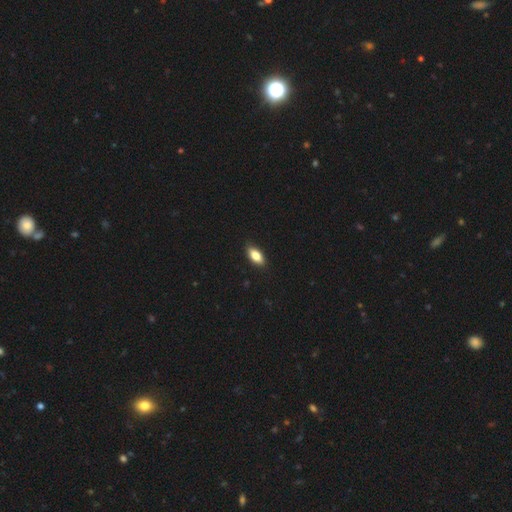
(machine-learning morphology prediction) smooth-or-featured: smooth: 81% | featured or disk: 12% | star or artifact: 7%
  how-rounded: in between: 87% | cigar-shaped: 9% | round: 3%
  merging: none: 89% | minor disturbance: 9% | major disturbance: 2% | merger: 1%